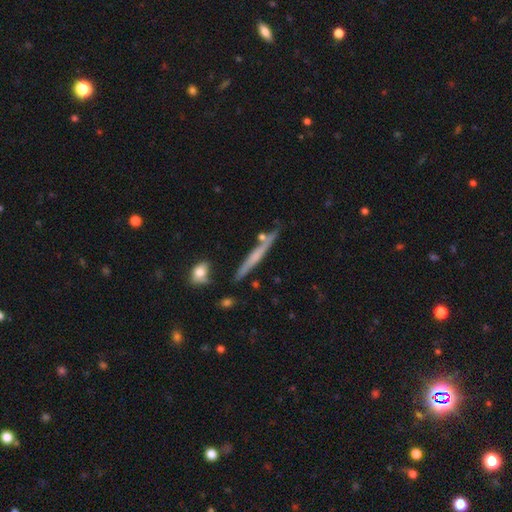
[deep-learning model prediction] Smooth or featured? Predicted: featured or disk (p=0.53). Edge-on disk? Predicted: yes (p=0.95). Edge-on bulge? Predicted: none (p=0.66). Merging? Predicted: none (p=0.80).